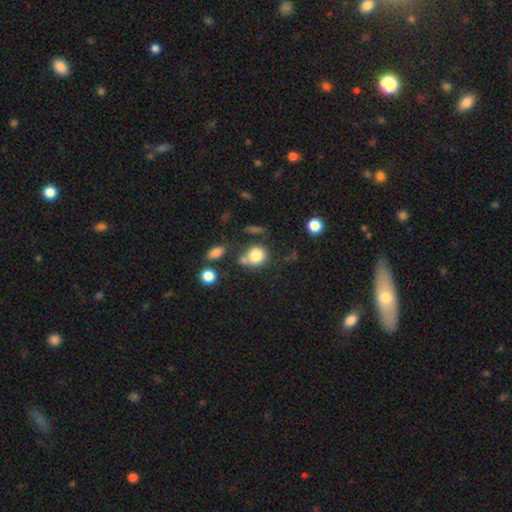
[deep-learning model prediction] Smooth or featured: smooth — 80% (star or artifact — 11%)
How rounded: round — 76% (in between — 22%)
Merging: none — 53% (merger — 23%)